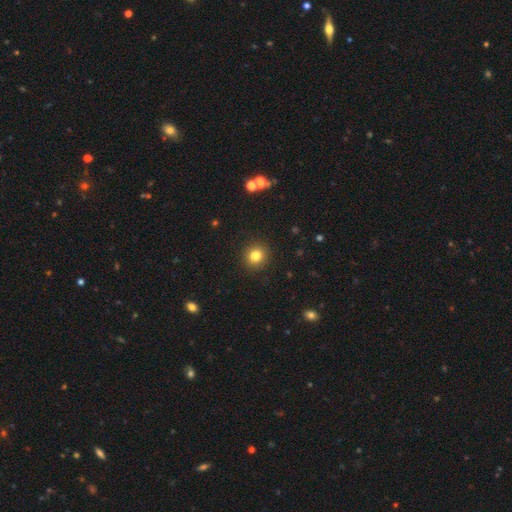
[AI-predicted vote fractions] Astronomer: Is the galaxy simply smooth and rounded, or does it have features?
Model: smooth — 82%.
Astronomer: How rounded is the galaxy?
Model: round — 89%.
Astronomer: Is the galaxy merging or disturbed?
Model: none — 91%.